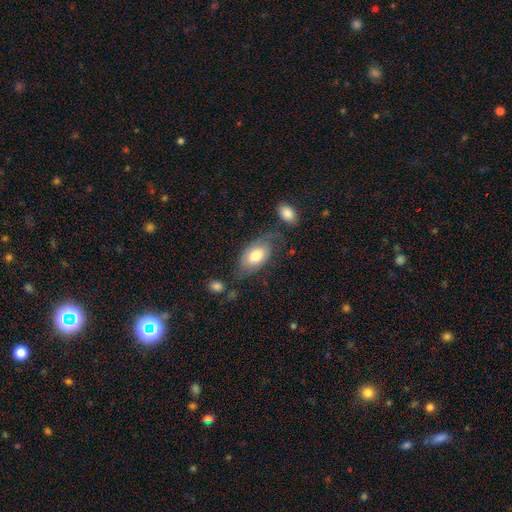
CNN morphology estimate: Smooth or featured? Predicted: smooth (p=0.70). How rounded? Predicted: in between (p=0.93). Merging? Predicted: none (p=0.57).